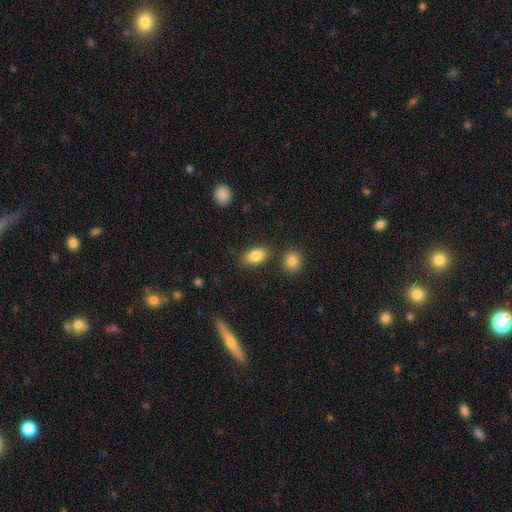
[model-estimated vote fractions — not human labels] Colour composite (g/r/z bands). It shows a smooth galaxy with no disk features (84%) that is in between round and cigar-shaped (90%). Merging: none (78%).